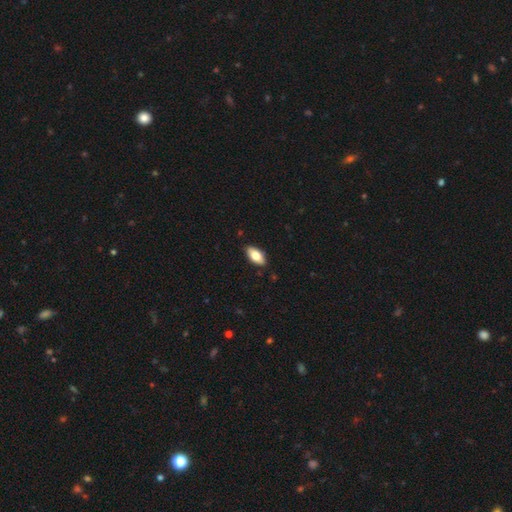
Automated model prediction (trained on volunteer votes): Smooth or featured: smooth — 76% (featured or disk — 18%)
How rounded: in between — 89% (cigar-shaped — 8%)
Merging: none — 87% (minor disturbance — 10%)